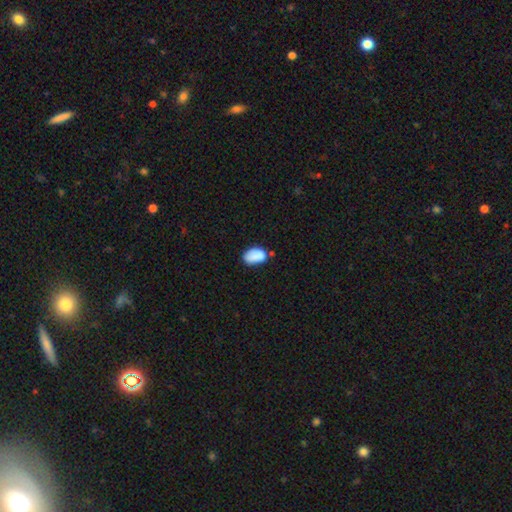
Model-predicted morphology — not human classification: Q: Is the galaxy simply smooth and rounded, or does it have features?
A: smooth — 86%.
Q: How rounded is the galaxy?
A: in between — 90%.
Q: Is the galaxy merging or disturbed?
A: none — 63%.